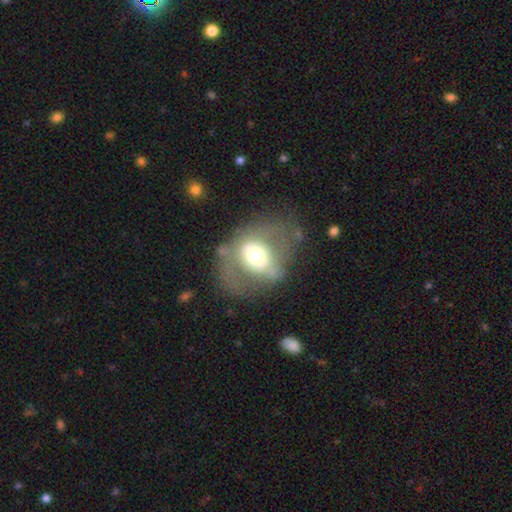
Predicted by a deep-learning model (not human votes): The model was most divided on "smooth or featured": featured or disk: 53%, smooth: 38%, star or artifact: 9%. More confident: edge-on disk — no (93%); merging — none (52%).